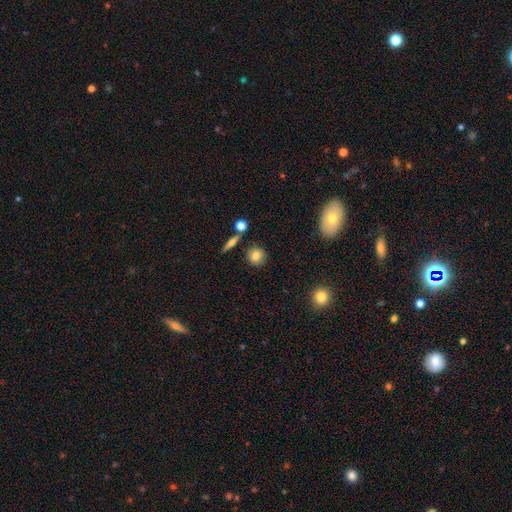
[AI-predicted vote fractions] Smooth or featured: smooth — 80% (featured or disk — 10%)
How rounded: round — 87% (in between — 11%)
Merging: none — 82% (minor disturbance — 9%)